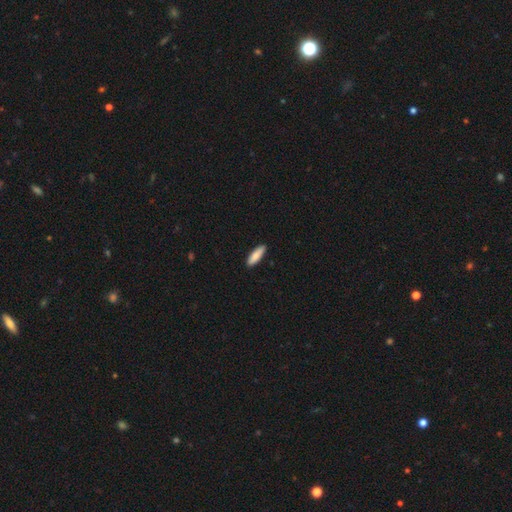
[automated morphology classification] Smooth or featured?
  - smooth: 84% *
  - featured or disk: 10%
  - star or artifact: 5%
How rounded?
  - cigar-shaped: 57% *
  - in between: 41%
  - round: 2%
Merging?
  - none: 90% *
  - minor disturbance: 8%
  - major disturbance: 1%
  - merger: 1%